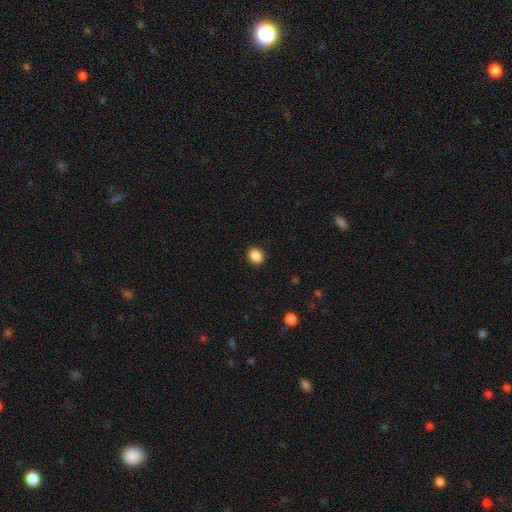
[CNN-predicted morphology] Smooth or featured?
  - smooth: 88% *
  - star or artifact: 9%
  - featured or disk: 3%
How rounded?
  - round: 62% *
  - in between: 37%
  - cigar-shaped: 1%
Merging?
  - none: 91% *
  - minor disturbance: 6%
  - major disturbance: 2%
  - merger: 1%